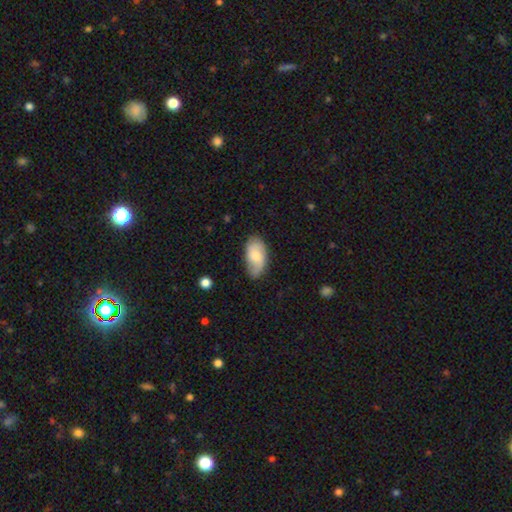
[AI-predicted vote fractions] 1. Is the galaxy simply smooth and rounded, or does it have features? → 54% smooth, 40% featured or disk, 6% star or artifact.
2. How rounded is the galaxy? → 93% in between, 4% round, 3% cigar-shaped.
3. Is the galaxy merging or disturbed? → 74% none, 20% minor disturbance, 4% major disturbance, 1% merger.